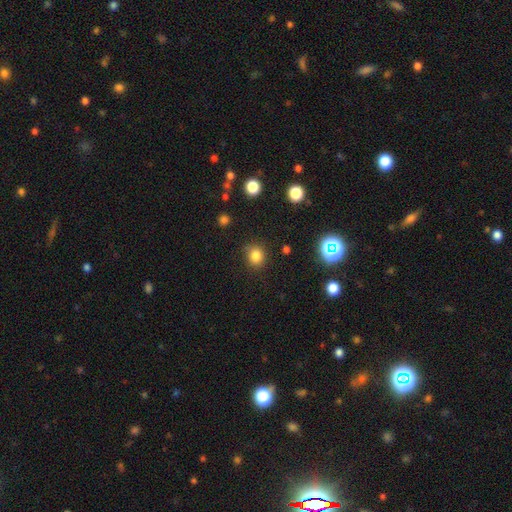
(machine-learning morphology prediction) A smooth galaxy with no disk features (81%) that is round (80%).

Vote fractions:
- Smooth or featured? smooth: 81% / star or artifact: 14% / featured or disk: 5%
- How rounded? round: 80% / in between: 19% / cigar-shaped: 1%
- Merging? none: 84% / minor disturbance: 11% / major disturbance: 3% / merger: 2%